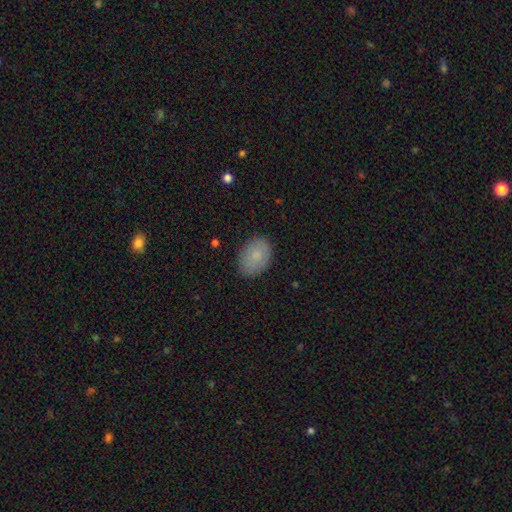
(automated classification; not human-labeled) Morphology: type=smooth (83%); roundness=in between (80%); merging=none (85%).